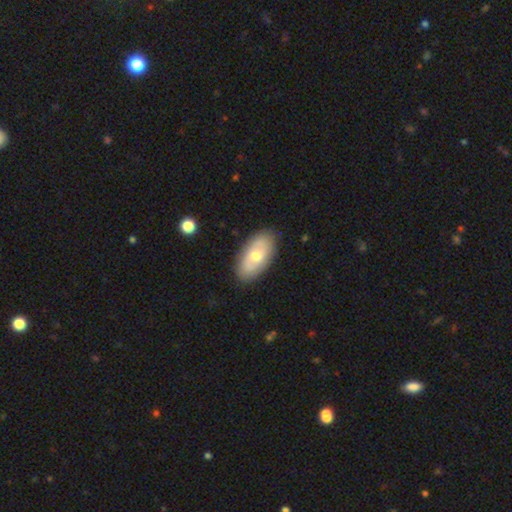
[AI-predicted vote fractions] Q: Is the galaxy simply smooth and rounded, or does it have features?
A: smooth — 51%.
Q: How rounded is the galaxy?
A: in between — 93%.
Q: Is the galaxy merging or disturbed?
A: none — 85%.